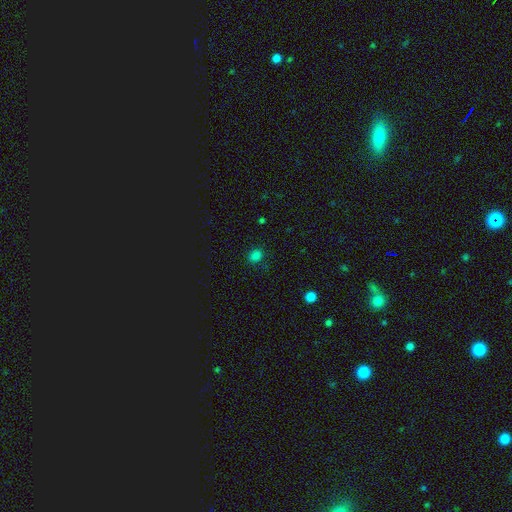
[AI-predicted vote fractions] Smooth or featured? smooth (80%)
How rounded? round (53%)
Merging? none (83%)